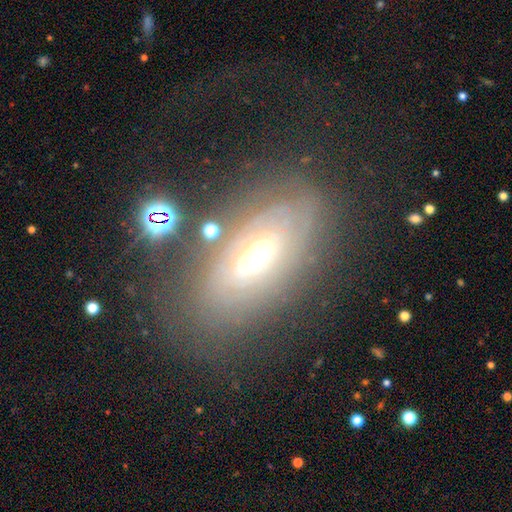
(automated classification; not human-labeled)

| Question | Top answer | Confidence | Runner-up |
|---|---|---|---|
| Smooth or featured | featured or disk | 68% | smooth (21%) |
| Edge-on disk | no | 80% | yes (20%) |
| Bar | no | 54% | weak (31%) |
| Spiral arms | yes | 56% | no (44%) |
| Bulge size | moderate | 64% | large (17%) |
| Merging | none | 71% | minor disturbance (17%) |